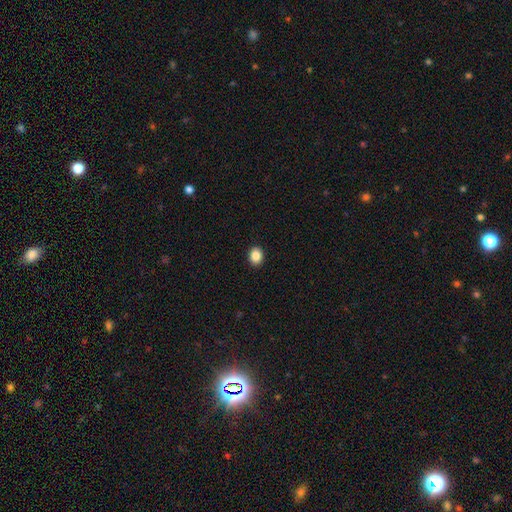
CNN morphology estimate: Smooth or featured?
  - smooth: 86% *
  - star or artifact: 10%
  - featured or disk: 4%
How rounded?
  - round: 55% *
  - in between: 44%
  - cigar-shaped: 1%
Merging?
  - none: 92% *
  - minor disturbance: 5%
  - major disturbance: 2%
  - merger: 1%